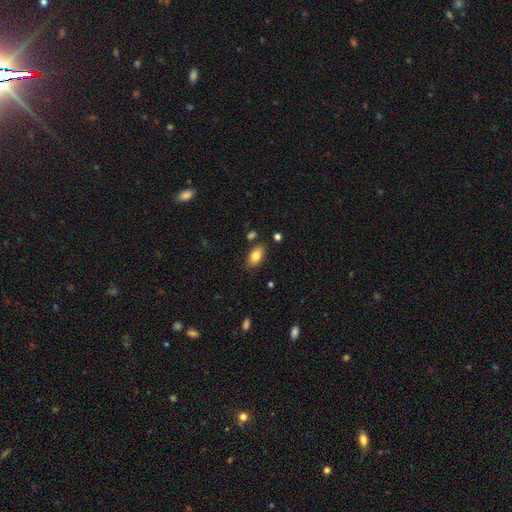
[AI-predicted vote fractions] Smooth or featured: smooth — 81% (featured or disk — 11%)
How rounded: in between — 91% (round — 5%)
Merging: none — 82% (minor disturbance — 12%)